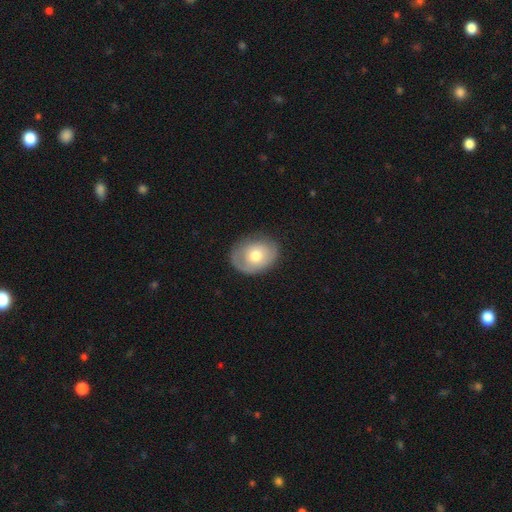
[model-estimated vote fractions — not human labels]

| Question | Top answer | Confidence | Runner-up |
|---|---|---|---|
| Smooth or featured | smooth | 58% | featured or disk (36%) |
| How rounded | in between | 56% | round (43%) |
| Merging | none | 73% | minor disturbance (19%) |